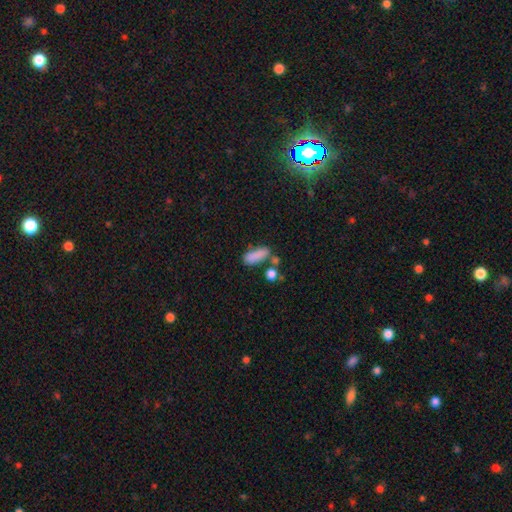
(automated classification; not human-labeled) The model was most divided on "merging": none: 56%, merger: 18%, minor disturbance: 18%, major disturbance: 8%. More confident: smooth or featured — smooth (83%); how rounded — in between (67%).